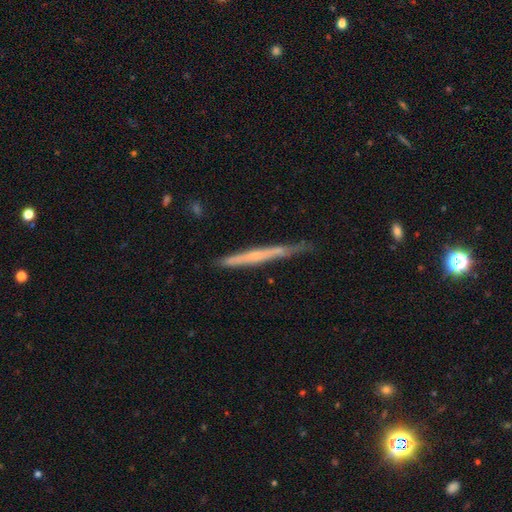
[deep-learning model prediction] Overall: featured or disk (53%; smooth 40%). Edge-on disk: yes (95%). Edge-on bulge: none (73%). Merging: none (75%).